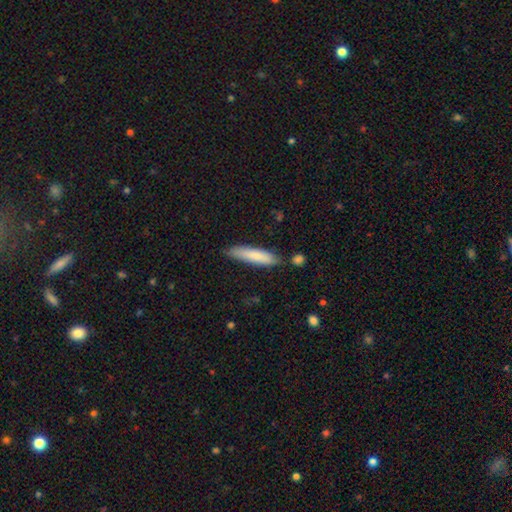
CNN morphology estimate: The model was most divided on "merging": none: 78%, minor disturbance: 15%, merger: 4%, major disturbance: 3%. More confident: how rounded — cigar-shaped (83%); smooth or featured — smooth (79%).